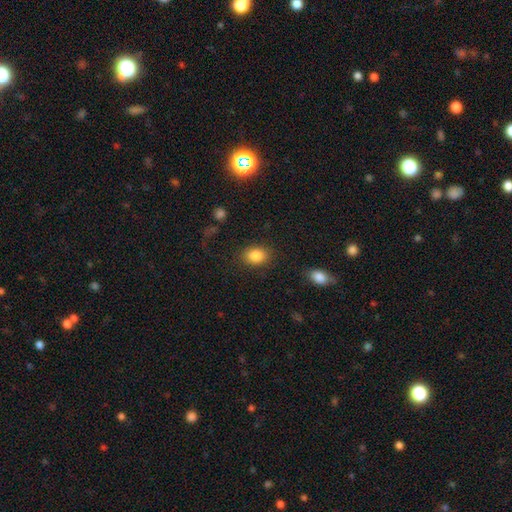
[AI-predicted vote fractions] This appears to be a smooth galaxy with no disk features (86%) that is in between round and cigar-shaped (64%). Merging: none (84%).